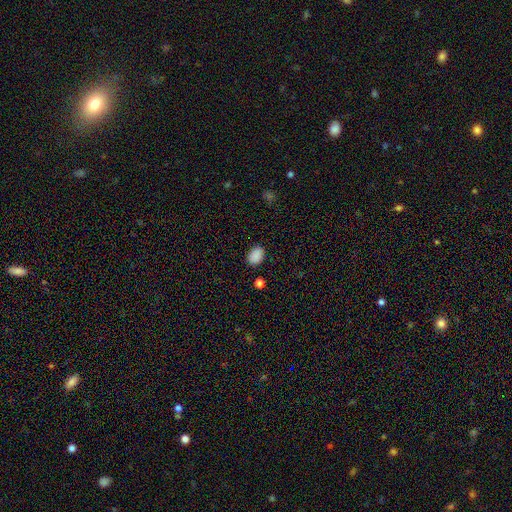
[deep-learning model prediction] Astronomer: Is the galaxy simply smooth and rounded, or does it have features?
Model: smooth — 88%.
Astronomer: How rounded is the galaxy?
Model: in between — 77%.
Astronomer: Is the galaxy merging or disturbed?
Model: none — 86%.